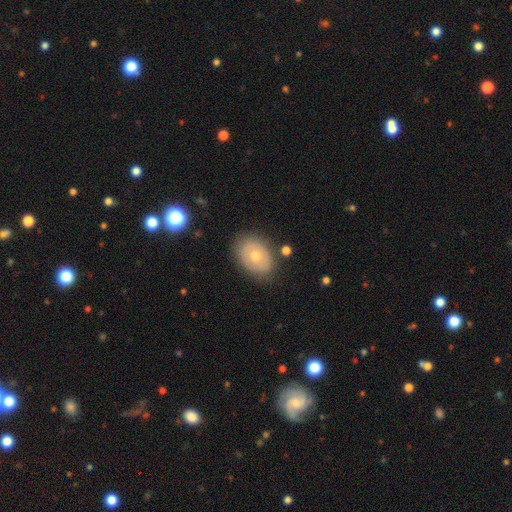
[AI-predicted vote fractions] Q: Smooth or featured?
A: smooth (59%); runner-up: featured or disk (34%)
Q: How rounded?
A: in between (75%); runner-up: round (24%)
Q: Merging?
A: none (78%); runner-up: minor disturbance (15%)